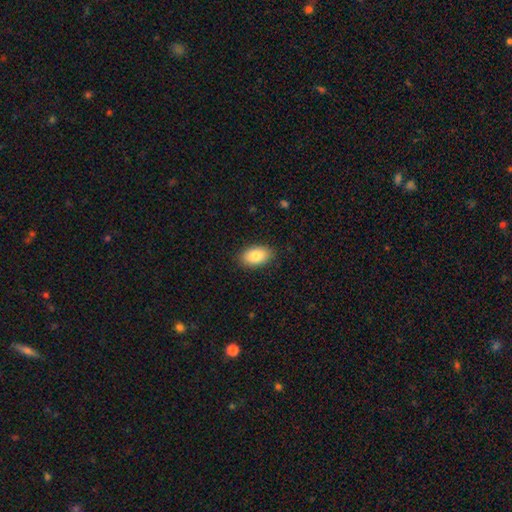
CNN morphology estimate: Q: Smooth or featured?
A: smooth (83%); runner-up: featured or disk (10%)
Q: How rounded?
A: in between (92%); runner-up: round (7%)
Q: Merging?
A: none (88%); runner-up: minor disturbance (9%)